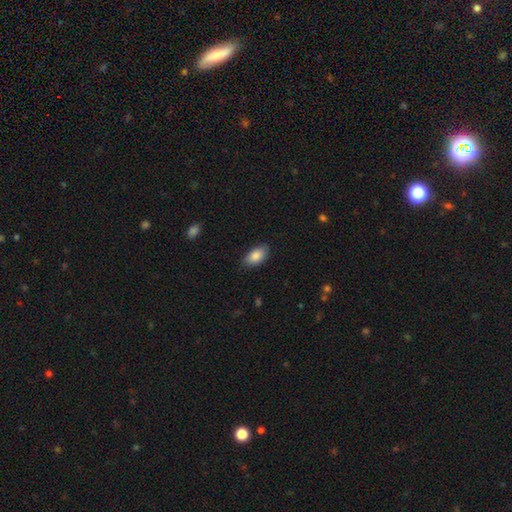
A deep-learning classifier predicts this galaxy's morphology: smooth_or_featured: smooth (p=0.87) [alt: featured or disk p=0.07]
how_rounded: in between (p=0.93) [alt: round p=0.04]
merging: none (p=0.82) [alt: minor disturbance p=0.14]